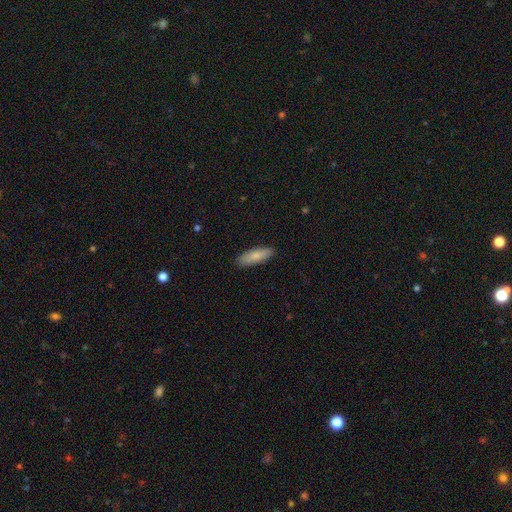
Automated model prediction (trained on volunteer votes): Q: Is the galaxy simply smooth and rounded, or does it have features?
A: smooth — 82%.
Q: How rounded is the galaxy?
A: in between — 53%.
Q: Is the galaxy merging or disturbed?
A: none — 88%.